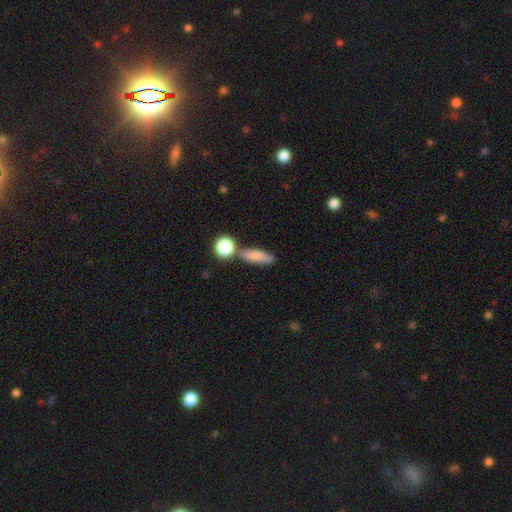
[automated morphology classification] This is likely a smooth galaxy (79%). How rounded: possibly cigar-shaped (46%). Merging: likely none (63%).